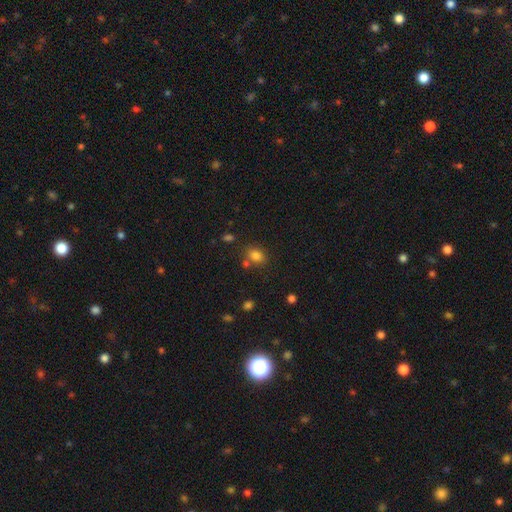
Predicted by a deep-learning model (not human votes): Q: Smooth or featured?
A: smooth (81%); runner-up: star or artifact (12%)
Q: How rounded?
A: in between (54%); runner-up: round (45%)
Q: Merging?
A: none (70%); runner-up: minor disturbance (13%)